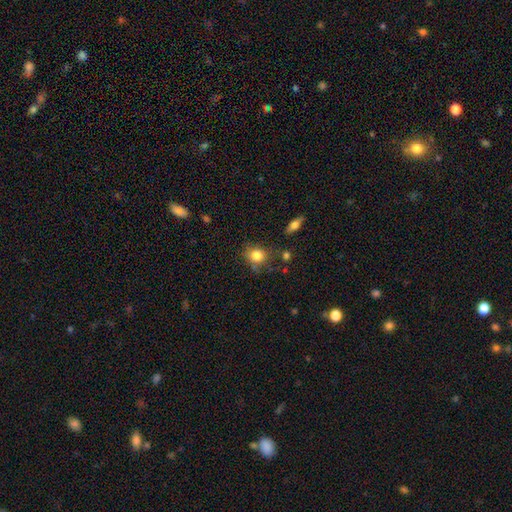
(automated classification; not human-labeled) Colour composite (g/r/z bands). It shows a smooth galaxy with no disk features (82%) that is round (70%). Merging: none (66%).